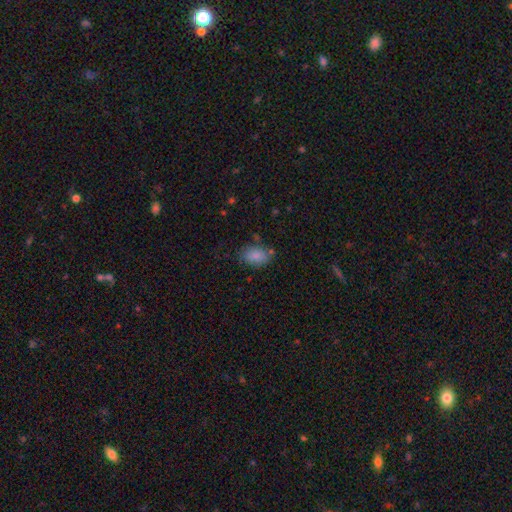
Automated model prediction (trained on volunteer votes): This is clearly a smooth galaxy (86%). How rounded: clearly in between (88%). Merging: likely none (73%).